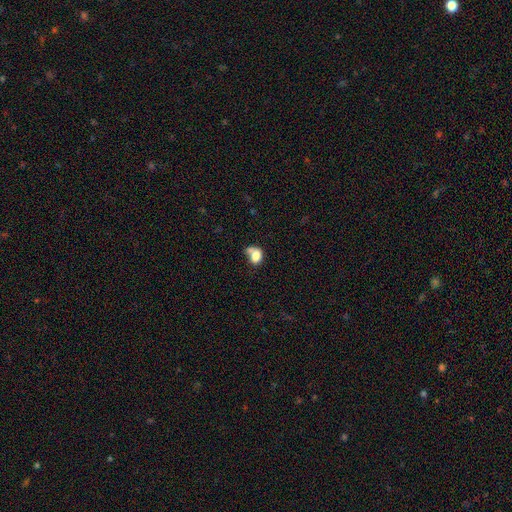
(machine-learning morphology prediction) Q: Smooth or featured?
A: smooth (78%); runner-up: featured or disk (13%)
Q: How rounded?
A: in between (66%); runner-up: round (32%)
Q: Merging?
A: merger (38%); runner-up: none (31%)